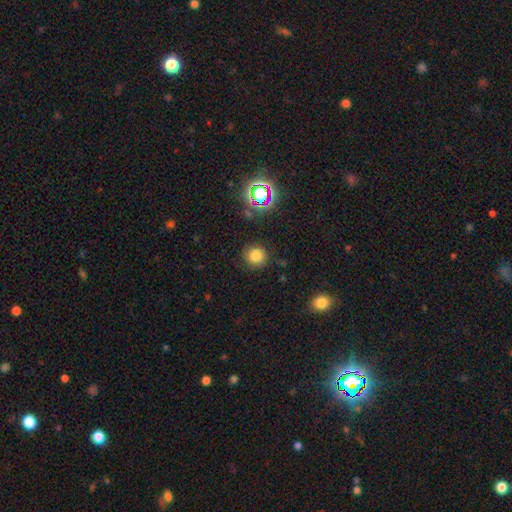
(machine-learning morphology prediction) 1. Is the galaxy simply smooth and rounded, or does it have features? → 76% smooth, 17% star or artifact, 7% featured or disk.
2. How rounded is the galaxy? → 92% round, 7% in between, 1% cigar-shaped.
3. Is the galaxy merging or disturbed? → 86% none, 9% minor disturbance, 3% major disturbance, 2% merger.